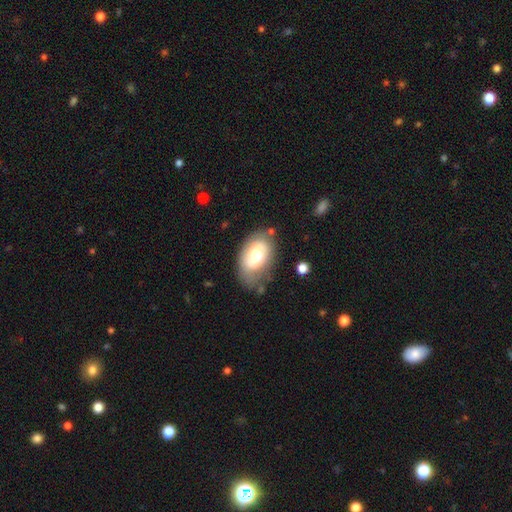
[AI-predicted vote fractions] Smooth or featured?
  - smooth: 62% *
  - featured or disk: 31%
  - star or artifact: 7%
How rounded?
  - in between: 91% *
  - round: 8%
  - cigar-shaped: 1%
Merging?
  - none: 63% *
  - minor disturbance: 24%
  - major disturbance: 9%
  - merger: 4%